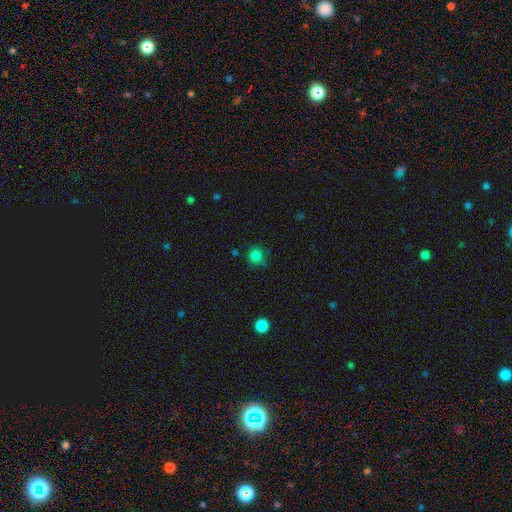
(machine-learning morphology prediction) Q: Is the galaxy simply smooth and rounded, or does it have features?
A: smooth — 82%.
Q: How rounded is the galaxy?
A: round — 90%.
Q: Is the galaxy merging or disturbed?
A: none — 72%.